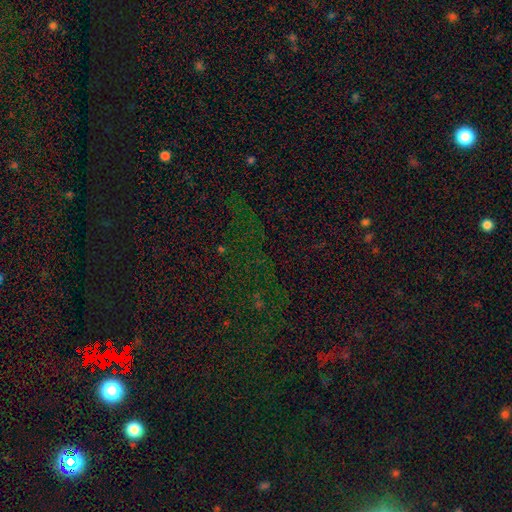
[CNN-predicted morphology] This appears to be a star or artifact, not a galaxy (78%).